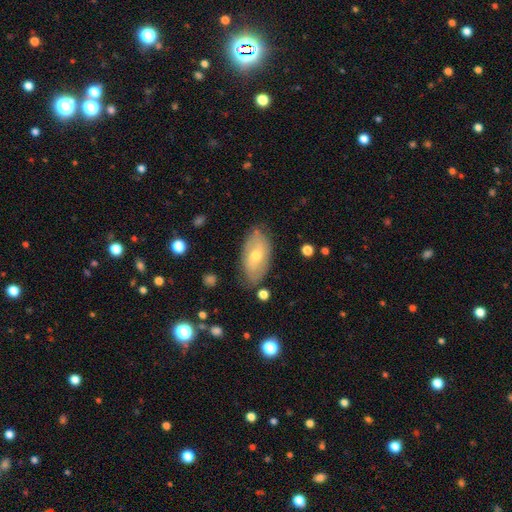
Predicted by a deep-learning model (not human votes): This appears to be a featured or disk galaxy (47%). Merging: none (77%).